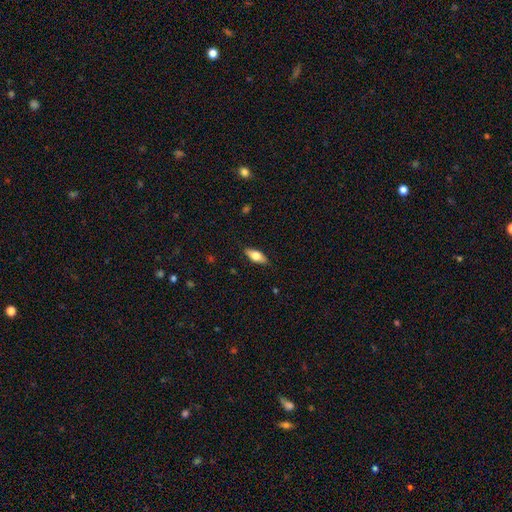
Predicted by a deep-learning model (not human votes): smooth_or_featured: smooth (p=0.64) [alt: featured or disk p=0.29]
how_rounded: in between (p=0.79) [alt: cigar-shaped p=0.18]
merging: none (p=0.87) [alt: minor disturbance p=0.10]